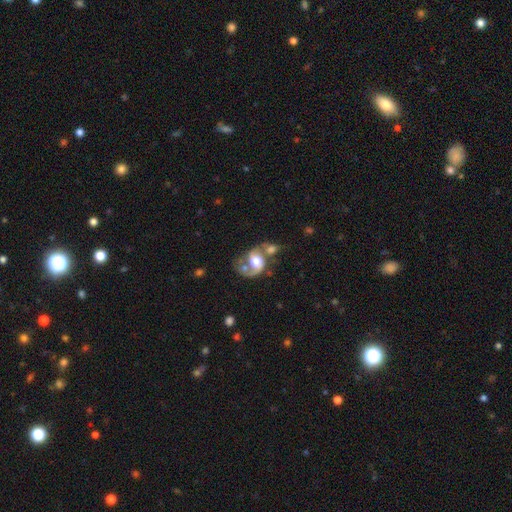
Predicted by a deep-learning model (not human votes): A featured or disk galaxy (65%) with no bar (68%), spiral arms (67%) and a moderate central bulge (52%). Merging: none (47%).